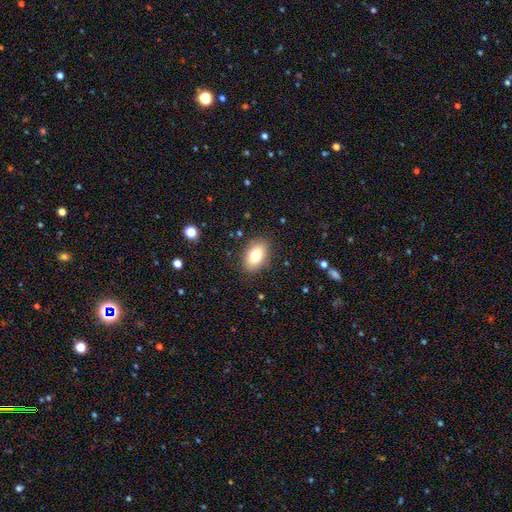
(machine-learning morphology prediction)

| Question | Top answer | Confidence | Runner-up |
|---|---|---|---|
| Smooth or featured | smooth | 78% | featured or disk (13%) |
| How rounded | in between | 88% | round (10%) |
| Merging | none | 86% | minor disturbance (10%) |